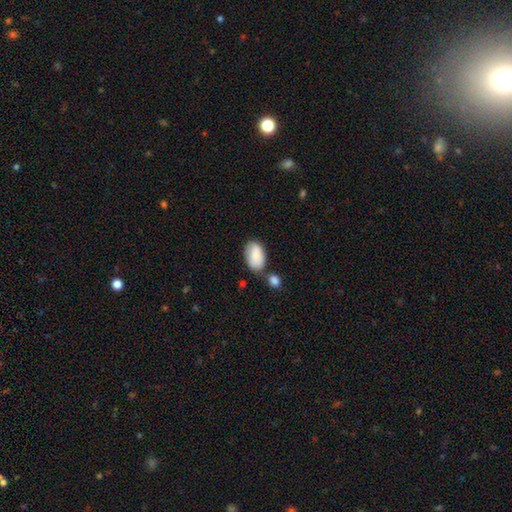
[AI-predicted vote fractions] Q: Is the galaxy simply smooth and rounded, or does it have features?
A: smooth — 85%.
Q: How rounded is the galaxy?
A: in between — 94%.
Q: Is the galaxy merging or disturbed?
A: none — 56%.